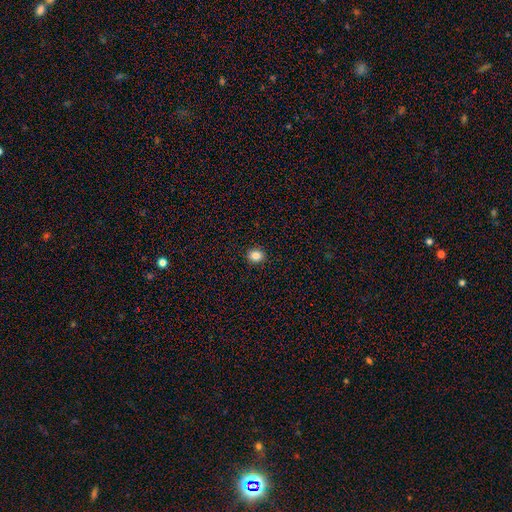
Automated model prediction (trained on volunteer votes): smooth_or_featured: smooth (p=0.84) [alt: star or artifact p=0.11]
how_rounded: round (p=0.71) [alt: in between p=0.28]
merging: none (p=0.91) [alt: minor disturbance p=0.06]